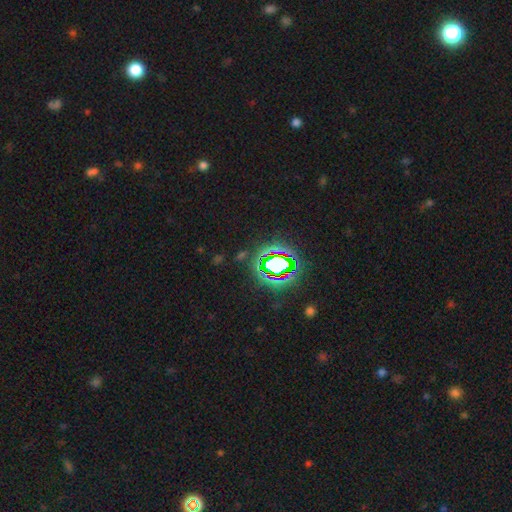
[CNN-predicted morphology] The model was most divided on "smooth or featured": star or artifact: 81%, smooth: 12%, featured or disk: 7%.